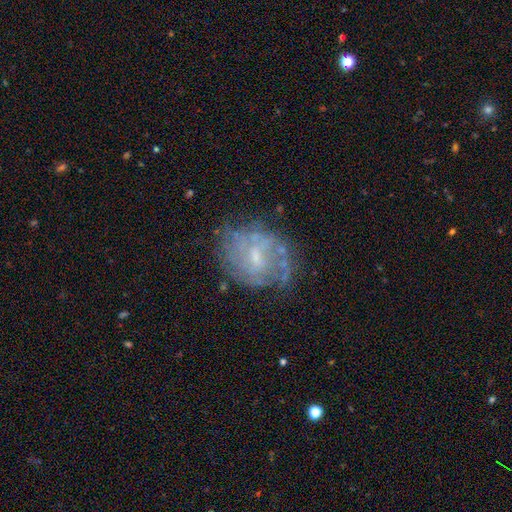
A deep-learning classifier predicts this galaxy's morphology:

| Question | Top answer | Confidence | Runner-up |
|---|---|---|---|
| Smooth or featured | featured or disk | 69% | smooth (21%) |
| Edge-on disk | no | 97% | yes (3%) |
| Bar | weak | 47% | no (45%) |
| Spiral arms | yes | 63% | no (37%) |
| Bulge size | small | 55% | moderate (30%) |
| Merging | none | 61% | minor disturbance (23%) |